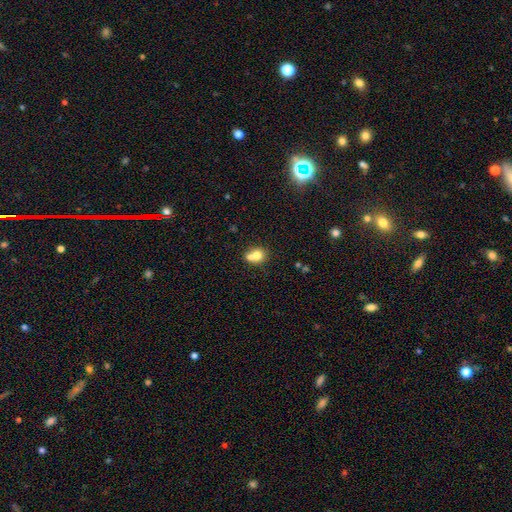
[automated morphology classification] smooth_or_featured: smooth (p=0.73) [alt: featured or disk p=0.16]
how_rounded: round (p=0.63) [alt: in between p=0.35]
merging: merger (p=0.53) [alt: none p=0.33]